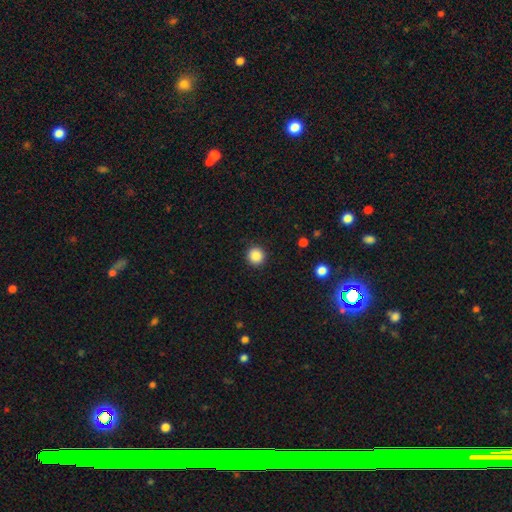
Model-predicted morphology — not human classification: smooth-or-featured: smooth: 87% | star or artifact: 10% | featured or disk: 3%
  how-rounded: round: 94% | in between: 5% | cigar-shaped: 1%
  merging: none: 91% | minor disturbance: 6% | major disturbance: 2% | merger: 1%